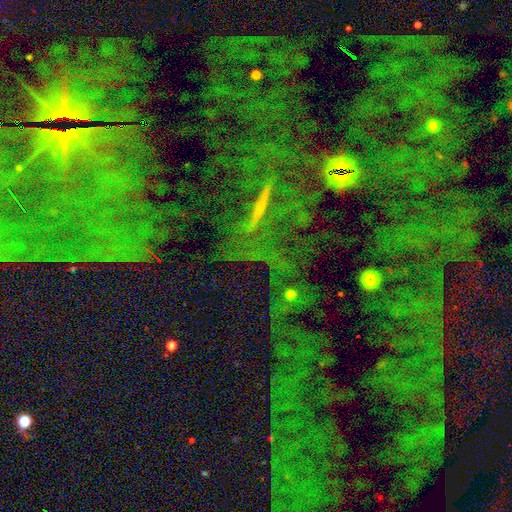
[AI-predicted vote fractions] Q: Smooth or featured?
A: star or artifact (81%); runner-up: featured or disk (9%)